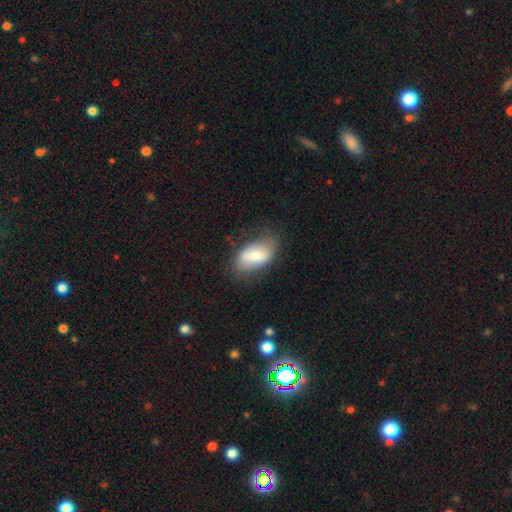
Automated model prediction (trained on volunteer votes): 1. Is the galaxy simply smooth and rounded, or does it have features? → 62% smooth, 31% featured or disk, 7% star or artifact.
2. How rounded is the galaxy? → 92% in between, 5% round, 3% cigar-shaped.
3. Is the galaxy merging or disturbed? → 66% none, 24% minor disturbance, 8% major disturbance, 2% merger.